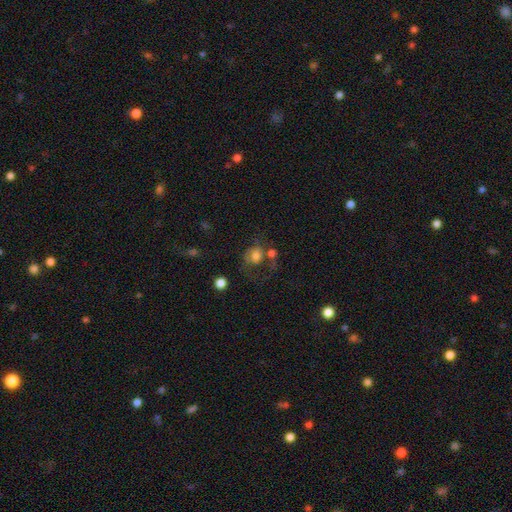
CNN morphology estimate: Q: Smooth or featured?
A: smooth (61%); runner-up: featured or disk (27%)
Q: How rounded?
A: round (65%); runner-up: in between (34%)
Q: Merging?
A: none (33%); runner-up: major disturbance (29%)